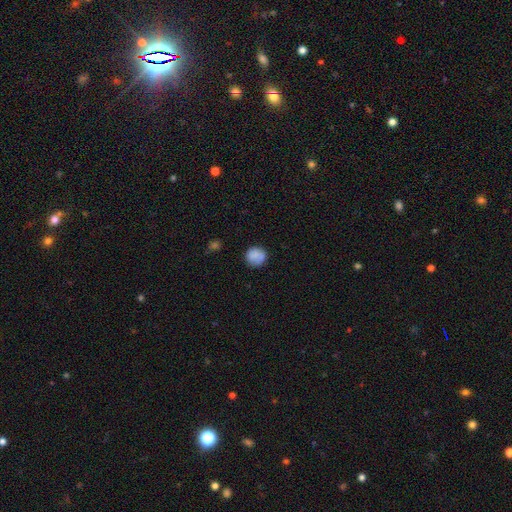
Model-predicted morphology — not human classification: Smooth or featured?
  - smooth: 82% *
  - featured or disk: 10%
  - star or artifact: 9%
How rounded?
  - round: 90% *
  - in between: 9%
  - cigar-shaped: 1%
Merging?
  - none: 74% *
  - minor disturbance: 17%
  - major disturbance: 5%
  - merger: 4%